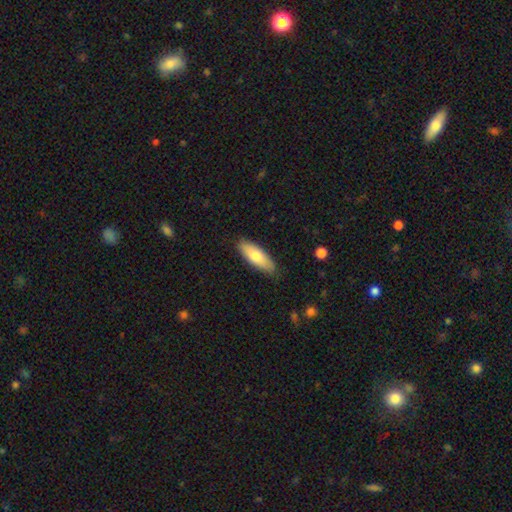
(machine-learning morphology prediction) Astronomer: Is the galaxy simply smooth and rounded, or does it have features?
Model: smooth — 73%.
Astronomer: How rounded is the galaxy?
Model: in between — 61% (runner-up: cigar-shaped, 37%).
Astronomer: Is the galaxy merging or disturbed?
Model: none — 85%.